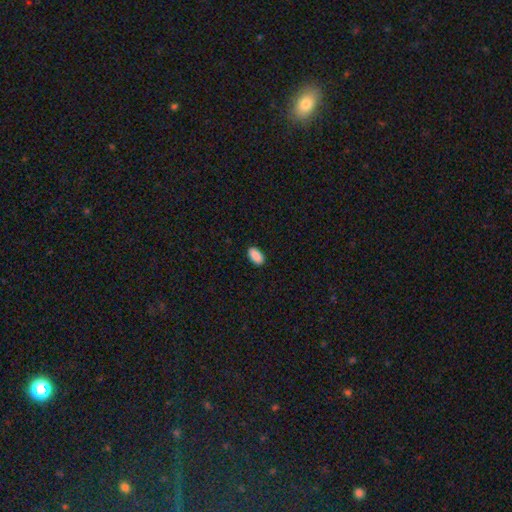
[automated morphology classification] Smooth or featured?
  - smooth: 91% *
  - star or artifact: 7%
  - featured or disk: 3%
How rounded?
  - in between: 94% *
  - round: 3%
  - cigar-shaped: 3%
Merging?
  - none: 90% *
  - minor disturbance: 8%
  - major disturbance: 2%
  - merger: 1%